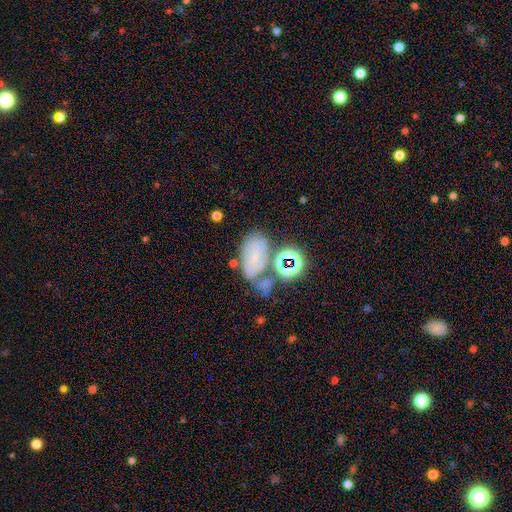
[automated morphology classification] This appears to be a featured or disk galaxy (42%). Merging: none (46%).